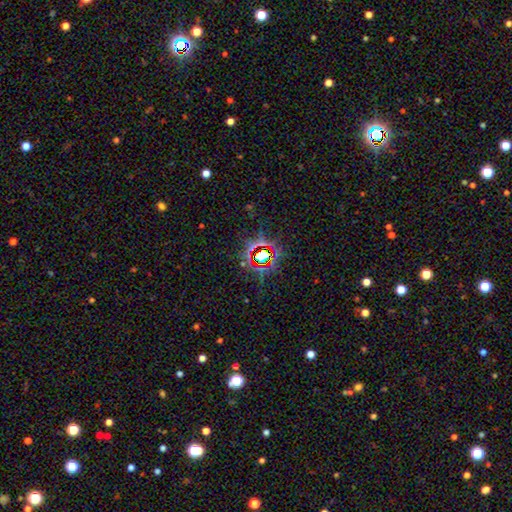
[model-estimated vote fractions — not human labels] smooth-or-featured: star or artifact: 77% | smooth: 13% | featured or disk: 10%